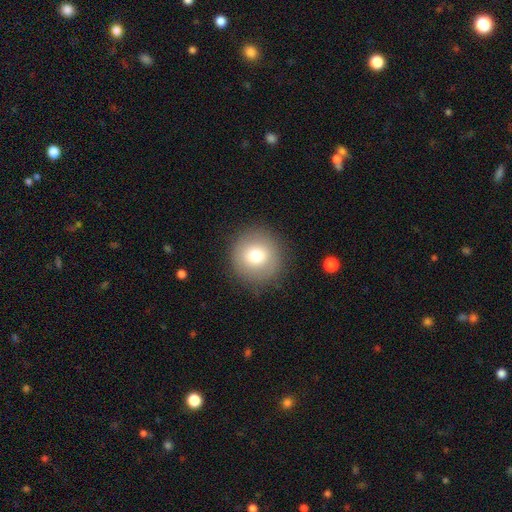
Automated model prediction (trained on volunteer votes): Overall: smooth (75%). How rounded: round (95%). Merging: none (88%).